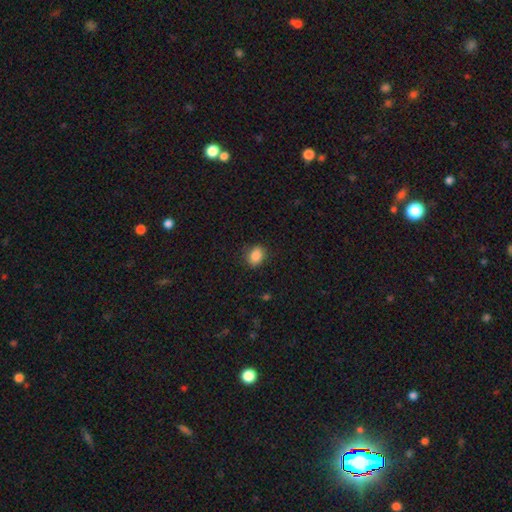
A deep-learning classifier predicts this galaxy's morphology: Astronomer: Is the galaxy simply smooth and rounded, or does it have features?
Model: smooth — 88%.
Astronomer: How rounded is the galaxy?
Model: in between — 68%.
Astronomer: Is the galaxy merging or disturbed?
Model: none — 84%.